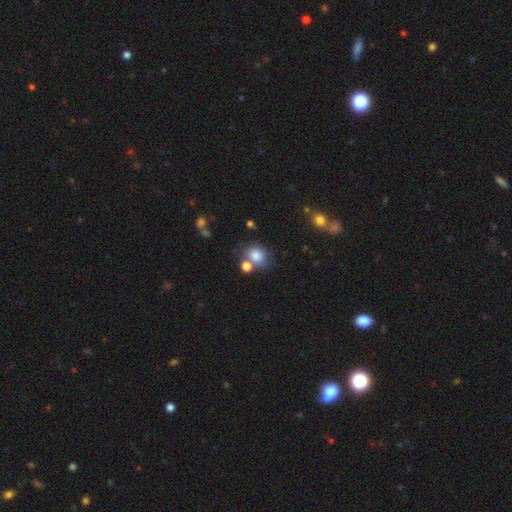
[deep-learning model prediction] Smooth or featured? Predicted: smooth (p=0.80). How rounded? Predicted: round (p=0.65). Merging? Predicted: none (p=0.52).